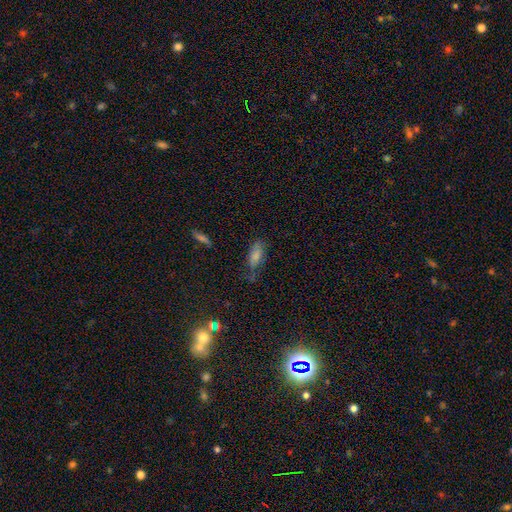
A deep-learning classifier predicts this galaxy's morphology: smooth 75%, featured or disk 14%, star or artifact 10%. Down the decision tree: how rounded — in between (87%); merging — none (53%).